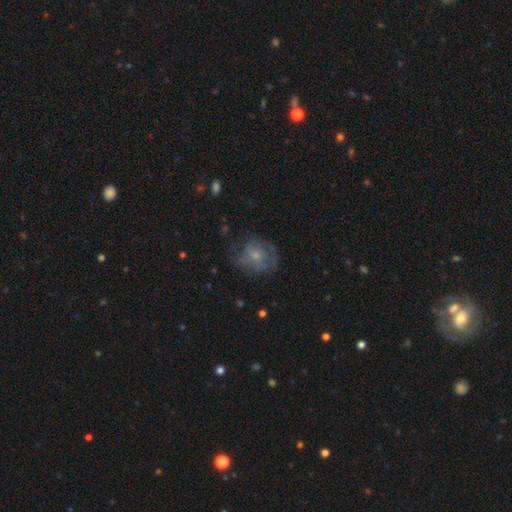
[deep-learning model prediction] Overall: featured or disk (48%; smooth 42%). Merging: none (53%; minor disturbance 25%).